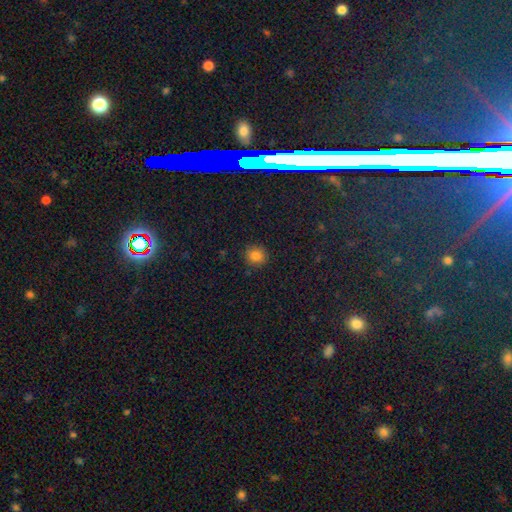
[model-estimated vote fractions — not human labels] The model was most divided on "how rounded": round: 85%, in between: 14%, cigar-shaped: 1%. More confident: merging — none (89%); smooth or featured — smooth (83%).